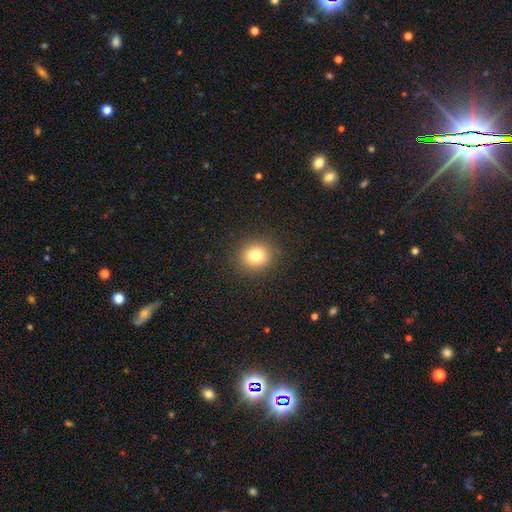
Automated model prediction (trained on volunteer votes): Overall: smooth (80%). How rounded: round (81%). Merging: none (90%).